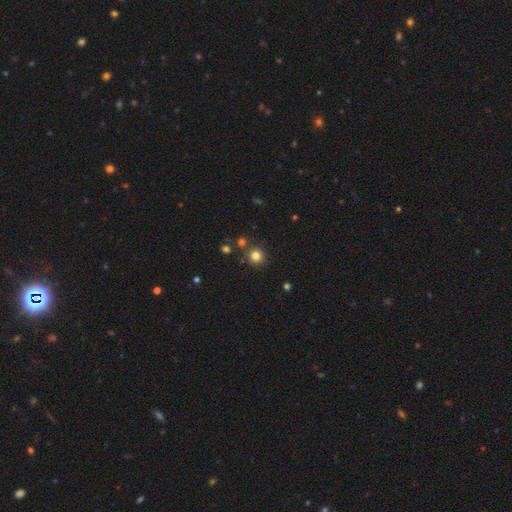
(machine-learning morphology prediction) This appears to be a smooth galaxy with no disk features (80%) that is round (93%). Merging: none (83%).